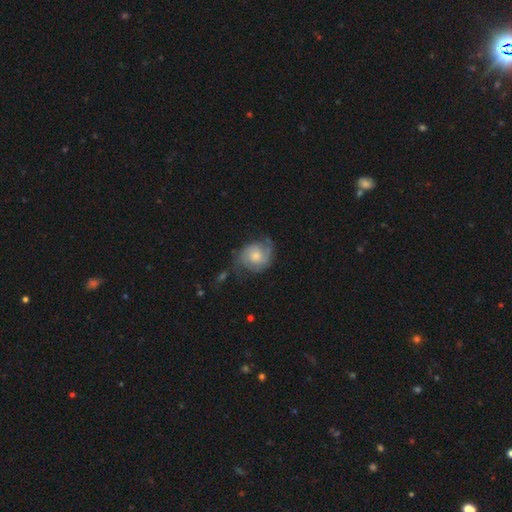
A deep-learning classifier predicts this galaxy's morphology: A featured or disk galaxy (74%) with no bar (73%), 2 (79%) medium (42%) spiral arms (93%) and a moderate central bulge (49%). Merging: none (58%).